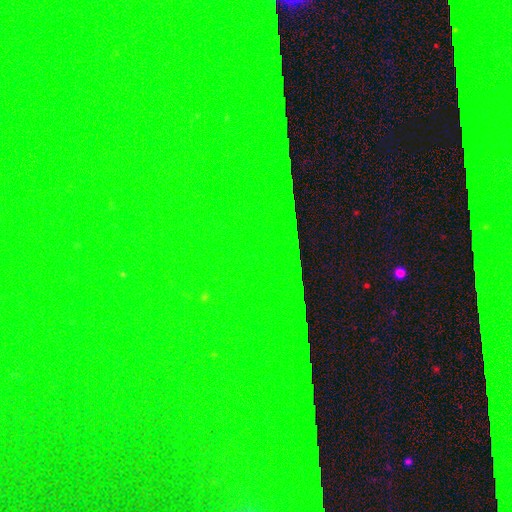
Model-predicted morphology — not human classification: Smooth or featured: star or artifact — 88% (featured or disk — 6%)